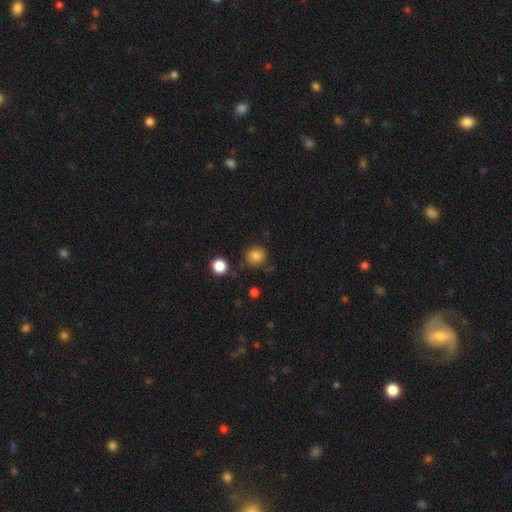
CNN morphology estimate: Overall: smooth (82%). How rounded: round (88%). Merging: none (78%).